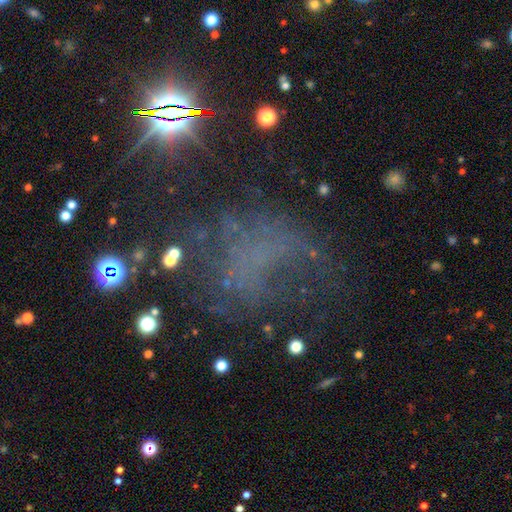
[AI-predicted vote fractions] A star or artifact, not a galaxy (44%).